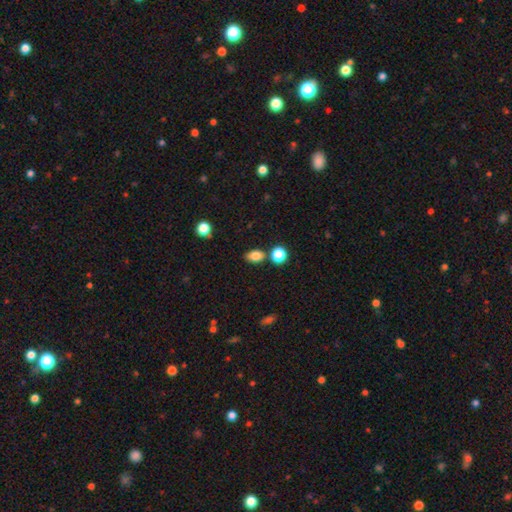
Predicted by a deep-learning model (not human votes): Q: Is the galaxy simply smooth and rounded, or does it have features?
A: smooth — 82%.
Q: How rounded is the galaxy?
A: in between — 77%.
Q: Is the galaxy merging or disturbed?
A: none — 73%.